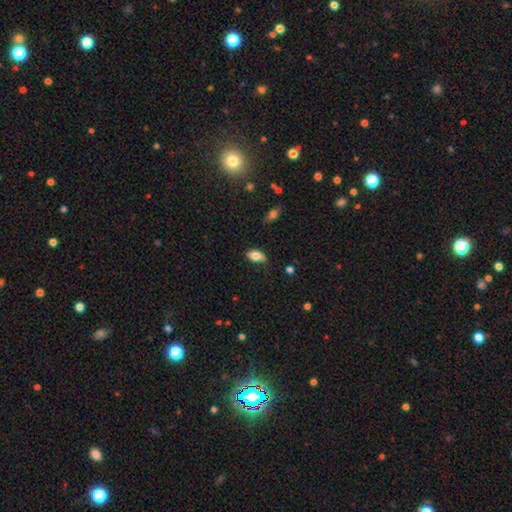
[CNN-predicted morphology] Overall: smooth (81%). How rounded: in between (91%). Merging: none (60%; minor disturbance 31%).